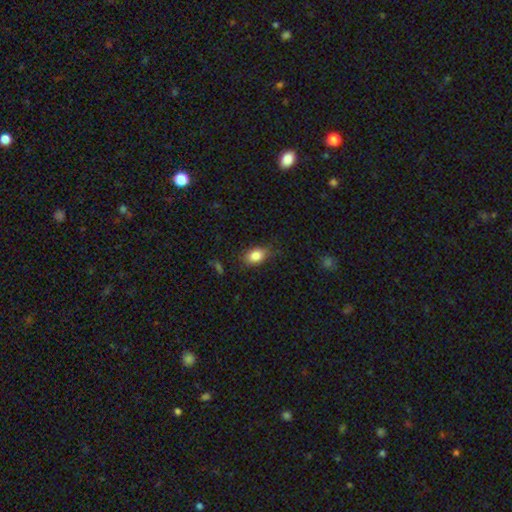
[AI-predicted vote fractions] Morphology: type=smooth (84%); roundness=in between (81%); merging=none (75%).